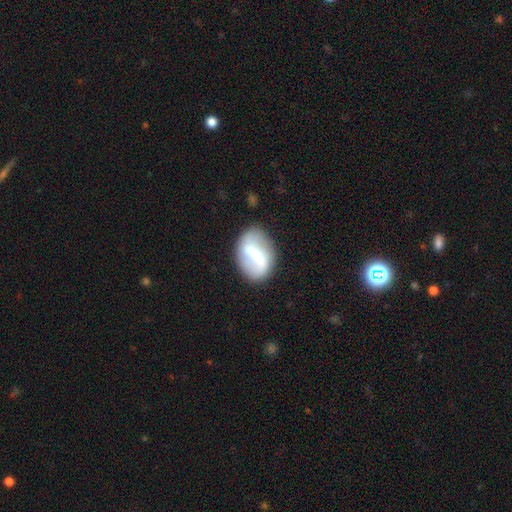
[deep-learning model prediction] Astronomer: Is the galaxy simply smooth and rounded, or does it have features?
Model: featured or disk — 51% (runner-up: smooth, 42%).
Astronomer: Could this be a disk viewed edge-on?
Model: no — 94%.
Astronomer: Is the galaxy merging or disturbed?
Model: none — 76%.